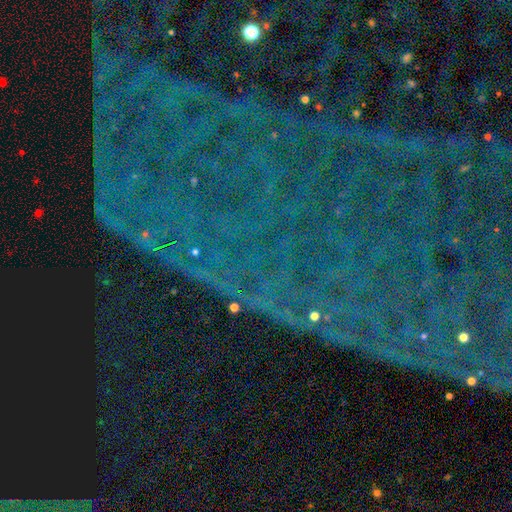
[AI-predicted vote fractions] Overall: star or artifact (85%).